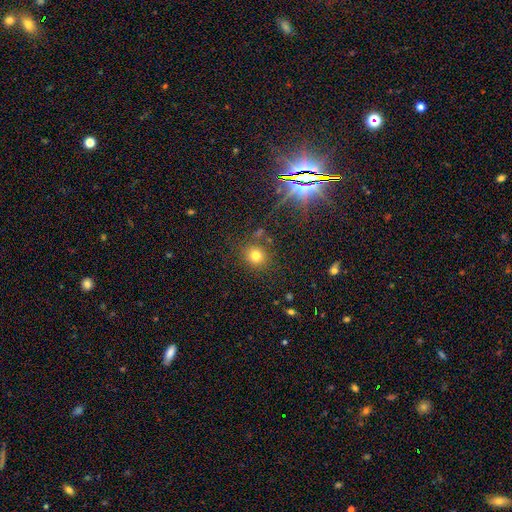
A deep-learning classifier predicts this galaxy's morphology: smooth-or-featured: smooth: 72% | star or artifact: 20% | featured or disk: 8%
  how-rounded: round: 84% | in between: 15% | cigar-shaped: 1%
  merging: none: 79% | minor disturbance: 10% | merger: 6% | major disturbance: 5%